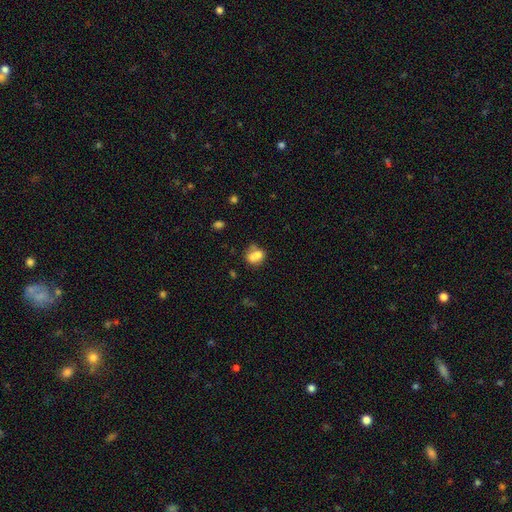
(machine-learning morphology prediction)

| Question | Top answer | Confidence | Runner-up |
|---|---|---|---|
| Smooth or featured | smooth | 70% | featured or disk (20%) |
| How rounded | round | 57% | in between (42%) |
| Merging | merger | 54% | none (30%) |